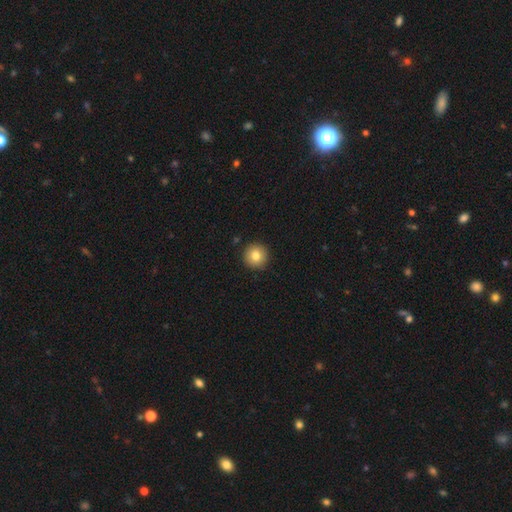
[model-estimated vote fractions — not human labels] This appears to be a smooth galaxy with no disk features (81%) that is round (96%). Merging: none (92%).